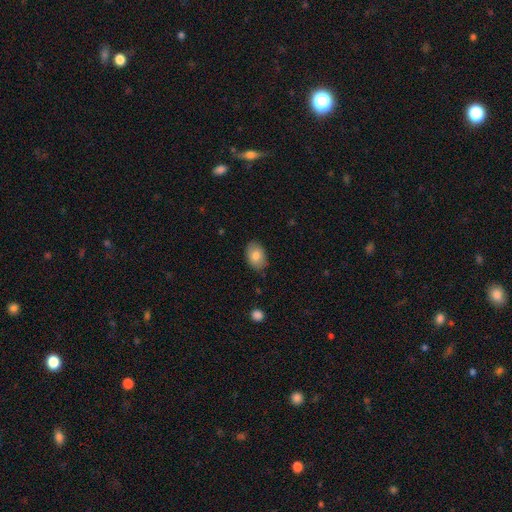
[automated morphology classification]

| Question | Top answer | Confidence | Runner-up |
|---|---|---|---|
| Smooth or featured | smooth | 80% | featured or disk (13%) |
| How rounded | in between | 85% | round (14%) |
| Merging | none | 84% | minor disturbance (13%) |